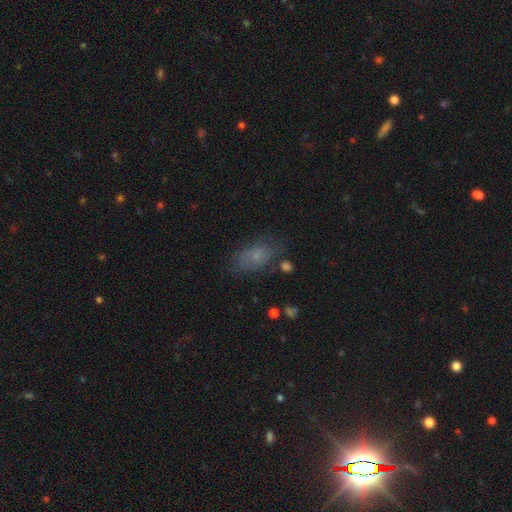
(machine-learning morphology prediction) Q: Smooth or featured?
A: smooth (66%); runner-up: featured or disk (20%)
Q: How rounded?
A: in between (87%); runner-up: round (9%)
Q: Merging?
A: none (64%); runner-up: minor disturbance (21%)